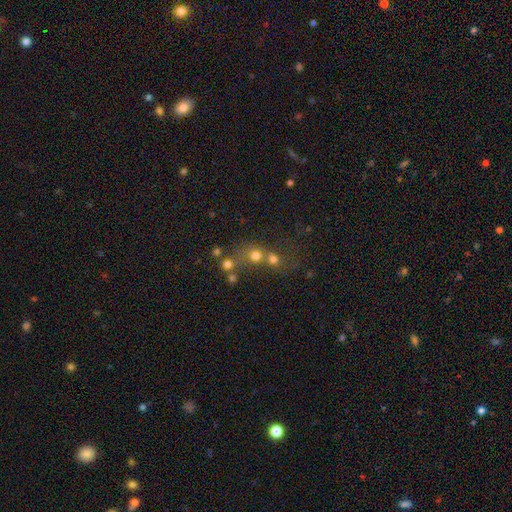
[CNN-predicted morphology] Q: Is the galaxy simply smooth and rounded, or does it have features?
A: smooth — 65%.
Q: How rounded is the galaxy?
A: round — 85%.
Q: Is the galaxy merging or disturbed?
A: merger — 46%.